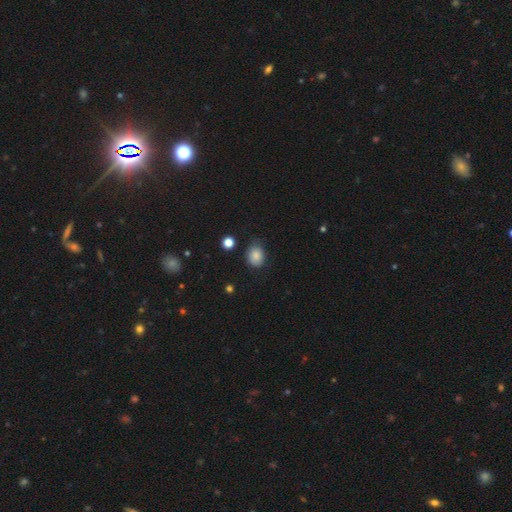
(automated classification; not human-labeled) A smooth galaxy with no disk features (85%) that is round (55%). Merging: none (70%).